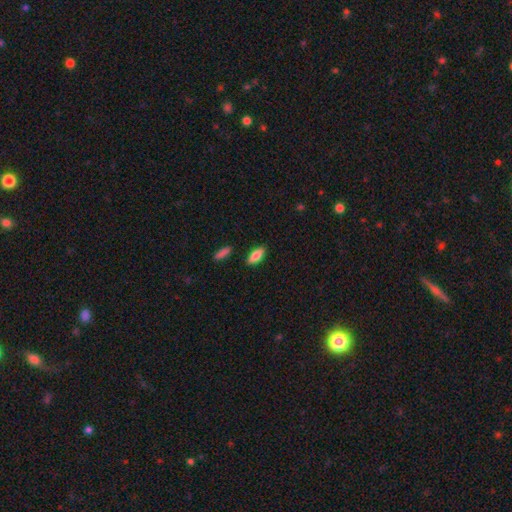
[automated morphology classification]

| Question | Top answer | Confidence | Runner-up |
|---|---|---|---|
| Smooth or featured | smooth | 80% | featured or disk (13%) |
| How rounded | in between | 78% | cigar-shaped (20%) |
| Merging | none | 87% | minor disturbance (9%) |